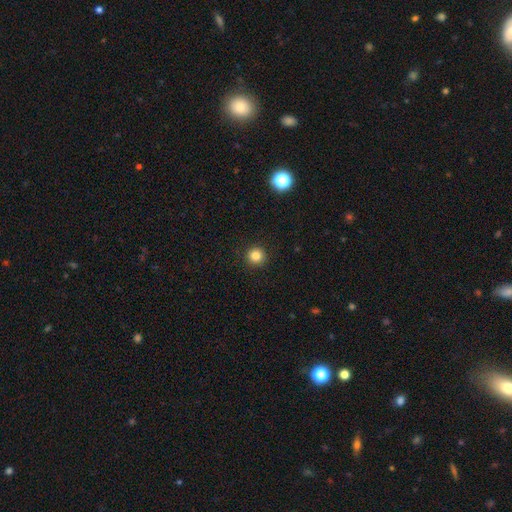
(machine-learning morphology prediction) Smooth or featured: smooth — 83% (star or artifact — 12%)
How rounded: round — 95% (in between — 4%)
Merging: none — 93% (minor disturbance — 4%)